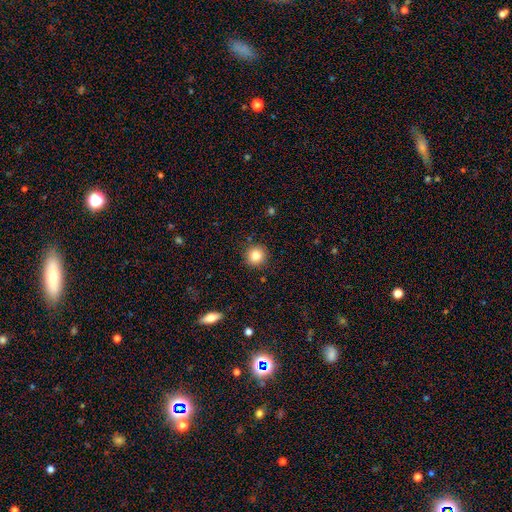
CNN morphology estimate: smooth_or_featured: smooth (p=0.83) [alt: star or artifact p=0.11]
how_rounded: round (p=0.94) [alt: in between p=0.05]
merging: none (p=0.90) [alt: minor disturbance p=0.06]